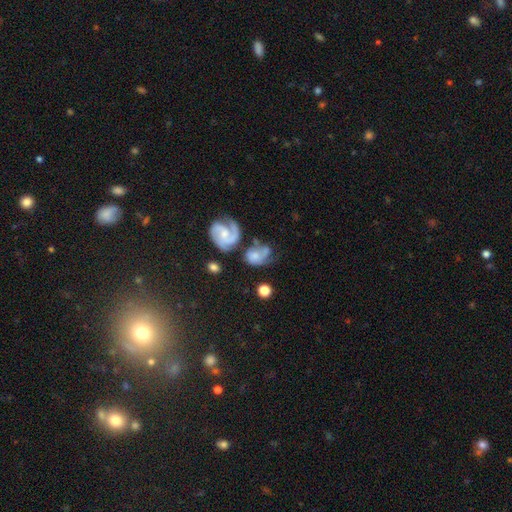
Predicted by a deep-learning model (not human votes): Smooth or featured?
  - featured or disk: 53% *
  - smooth: 38%
  - star or artifact: 9%
Edge-on disk?
  - no: 96% *
  - yes: 4%
Bar?
  - no: 62% *
  - weak: 31%
  - strong: 7%
Spiral arms?
  - yes: 86% *
  - no: 14%
Bulge size?
  - small: 44% *
  - moderate: 35%
  - none: 12%
  - large: 6%
  - dominant: 2%
Merging?
  - none: 35% *
  - merger: 26%
  - minor disturbance: 20%
  - major disturbance: 19%